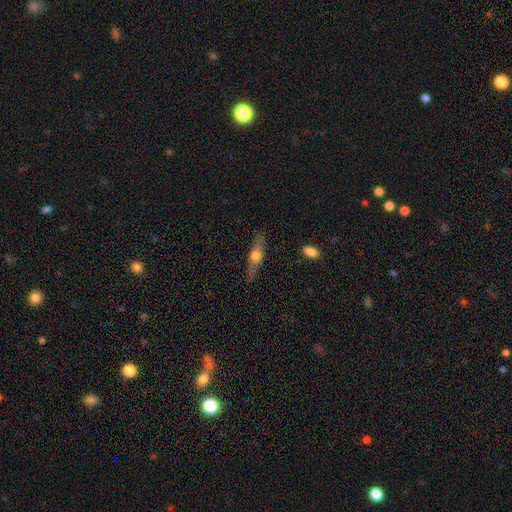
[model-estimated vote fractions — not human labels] The model was most divided on "smooth or featured": featured or disk: 53%, smooth: 41%, star or artifact: 6%. More confident: edge-on disk — yes (88%); merging — none (80%).